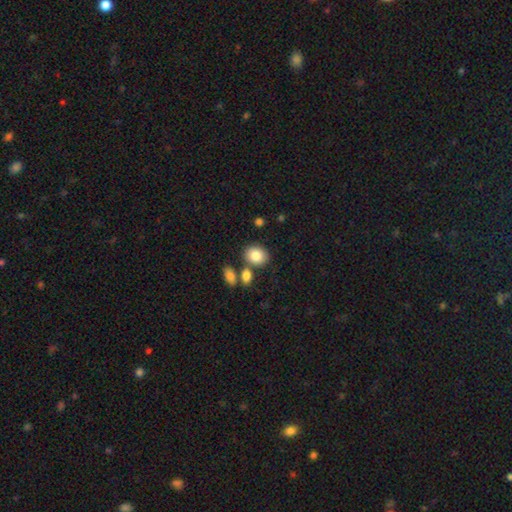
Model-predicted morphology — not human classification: A smooth galaxy with no disk features (84%) that is round (53%).

Vote fractions:
- Smooth or featured? smooth: 84% / featured or disk: 8% / star or artifact: 8%
- How rounded? round: 53% / in between: 46% / cigar-shaped: 1%
- Merging? none: 70% / merger: 16% / minor disturbance: 11% / major disturbance: 3%